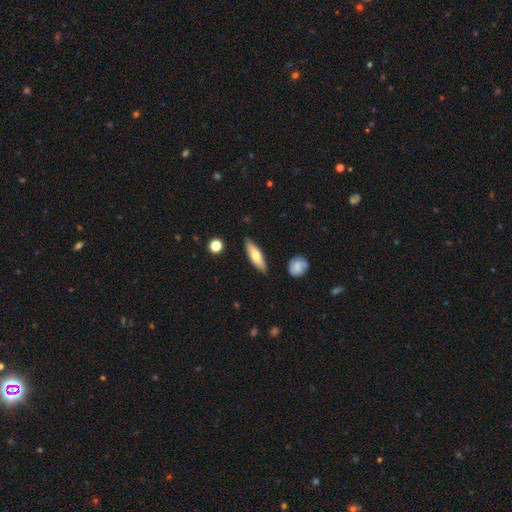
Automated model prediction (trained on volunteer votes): smooth 65%, featured or disk 29%, star or artifact 6%. Down the decision tree: how rounded — cigar-shaped (57%); merging — none (85%).